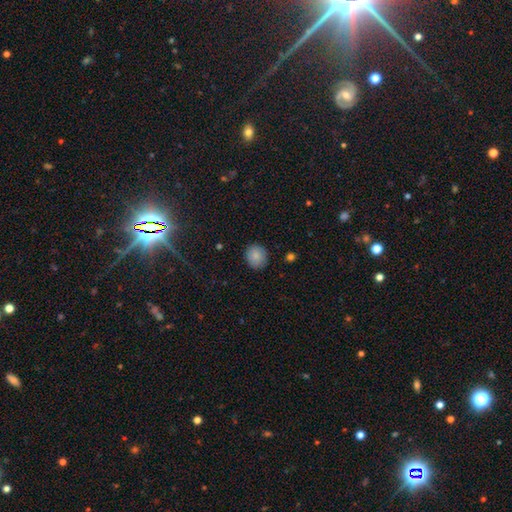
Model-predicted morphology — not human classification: A smooth galaxy with no disk features (86%) that is round (79%). Merging: none (88%).